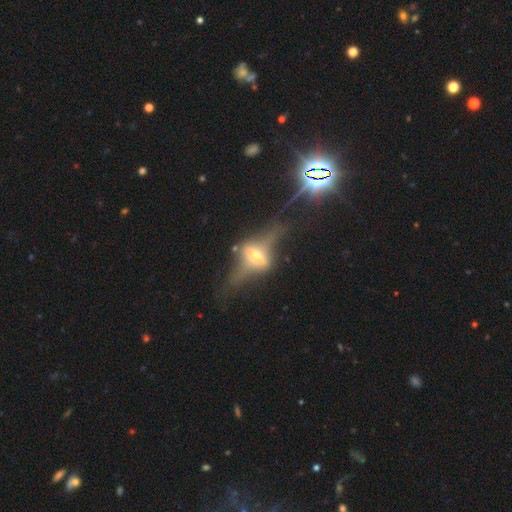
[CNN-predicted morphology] Smooth or featured? featured or disk (73%)
Edge-on disk? yes (81%)
Edge-on bulge? rounded (88%)
Merging? none (53%)